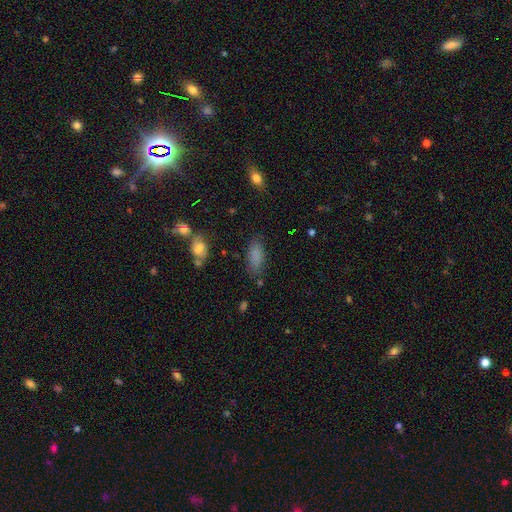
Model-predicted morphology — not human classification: smooth 84%, star or artifact 9%, featured or disk 6%. Down the decision tree: how rounded — in between (81%); merging — none (76%).